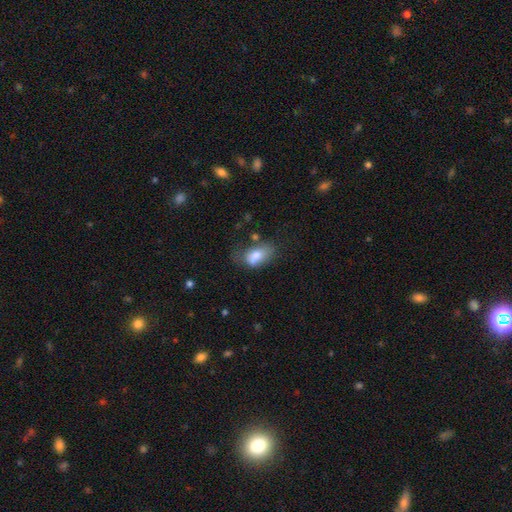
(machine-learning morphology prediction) The model was most divided on "merging": none: 40%, minor disturbance: 33%, major disturbance: 18%, merger: 8%. More confident: how rounded — in between (88%); smooth or featured — smooth (76%).